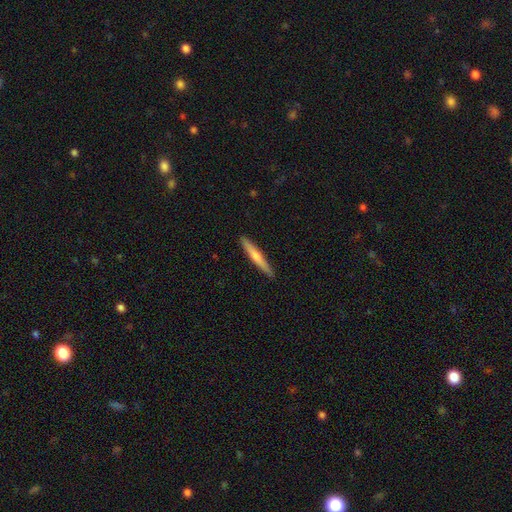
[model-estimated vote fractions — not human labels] The model was most divided on "smooth or featured": smooth: 50%, featured or disk: 45%, star or artifact: 5%. More confident: merging — none (91%).